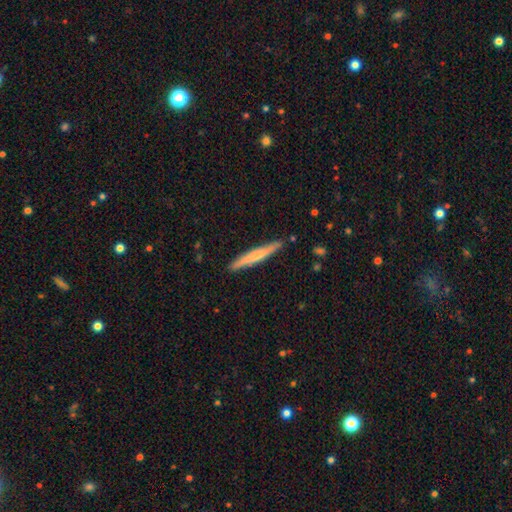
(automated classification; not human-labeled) Smooth or featured?
  - smooth: 59% *
  - featured or disk: 36%
  - star or artifact: 5%
How rounded?
  - cigar-shaped: 96% *
  - in between: 3%
  - round: 1%
Merging?
  - none: 88% *
  - minor disturbance: 9%
  - major disturbance: 1%
  - merger: 1%